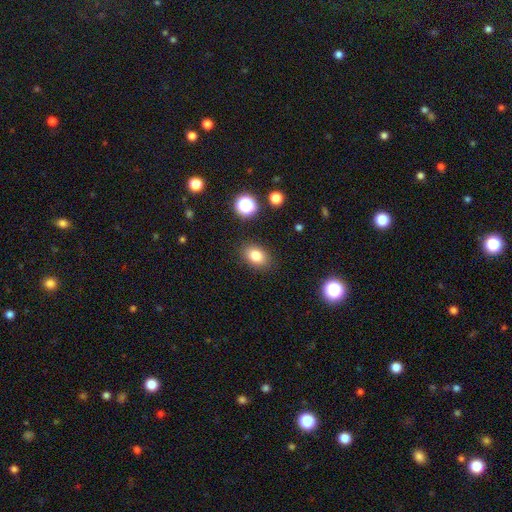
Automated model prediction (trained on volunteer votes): Smooth or featured?
  - smooth: 82% *
  - star or artifact: 11%
  - featured or disk: 7%
How rounded?
  - in between: 76% *
  - round: 22%
  - cigar-shaped: 1%
Merging?
  - none: 86% *
  - minor disturbance: 9%
  - major disturbance: 3%
  - merger: 2%